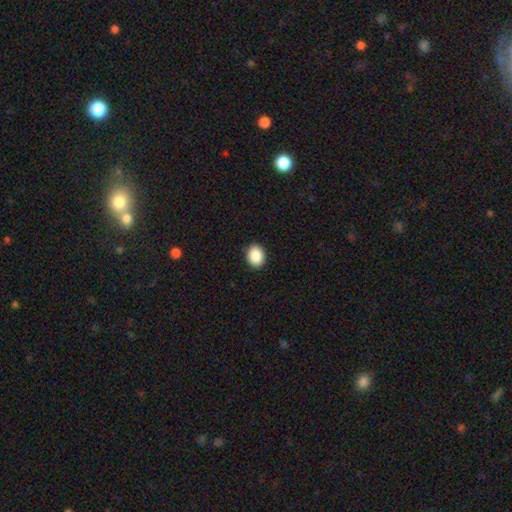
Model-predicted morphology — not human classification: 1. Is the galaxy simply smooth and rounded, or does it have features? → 89% smooth, 8% star or artifact, 3% featured or disk.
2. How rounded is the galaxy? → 53% in between, 46% round, 1% cigar-shaped.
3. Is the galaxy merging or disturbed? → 91% none, 7% minor disturbance, 2% major disturbance, 1% merger.